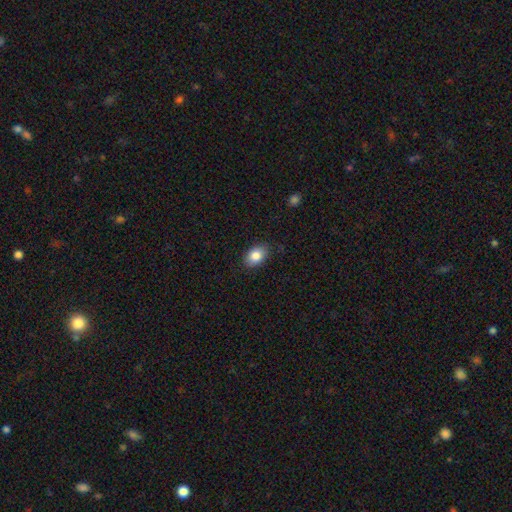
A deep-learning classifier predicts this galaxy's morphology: Overall: smooth (84%). How rounded: in between (84%). Merging: none (84%).